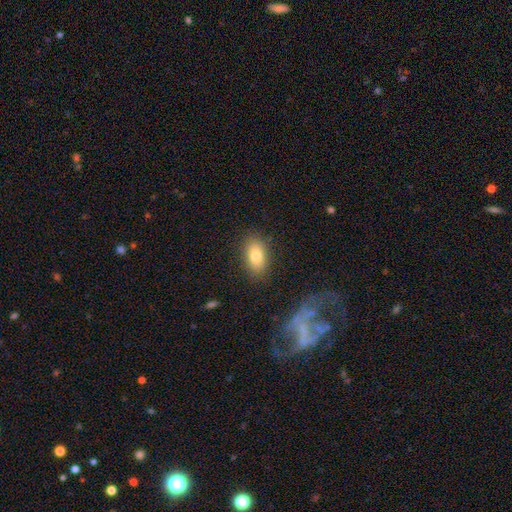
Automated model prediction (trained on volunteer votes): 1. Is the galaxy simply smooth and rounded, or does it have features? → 81% smooth, 11% featured or disk, 8% star or artifact.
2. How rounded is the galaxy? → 89% in between, 9% round, 3% cigar-shaped.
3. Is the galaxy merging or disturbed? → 84% none, 11% minor disturbance, 3% major disturbance, 2% merger.